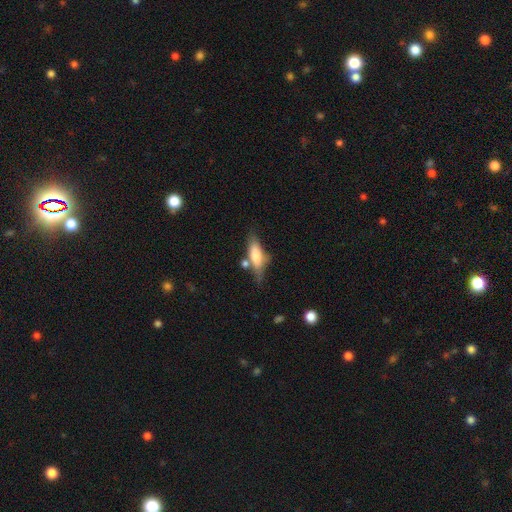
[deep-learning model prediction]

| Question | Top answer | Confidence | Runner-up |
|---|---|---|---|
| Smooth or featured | smooth | 65% | featured or disk (28%) |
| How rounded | in between | 57% | cigar-shaped (40%) |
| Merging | none | 50% | minor disturbance (25%) |